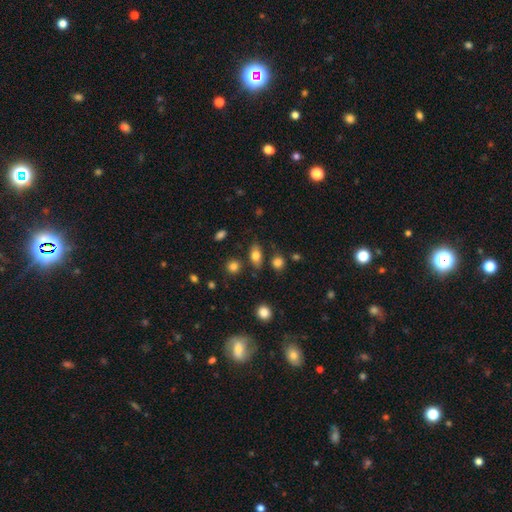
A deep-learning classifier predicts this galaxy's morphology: Smooth or featured? smooth (78%)
How rounded? in between (79%)
Merging? none (78%)